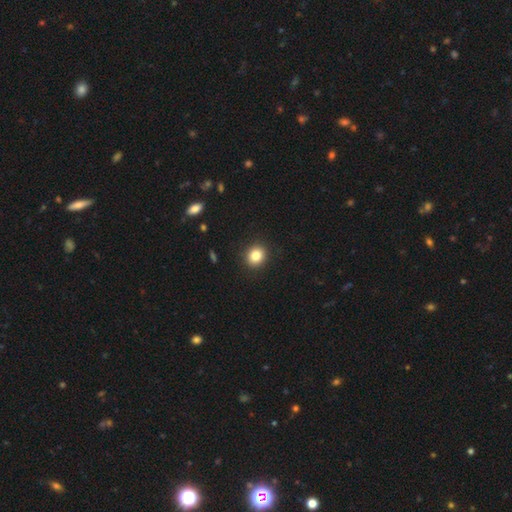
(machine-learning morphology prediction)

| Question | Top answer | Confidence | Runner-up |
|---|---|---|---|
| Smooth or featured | smooth | 84% | star or artifact (10%) |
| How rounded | round | 79% | in between (20%) |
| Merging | none | 91% | minor disturbance (6%) |